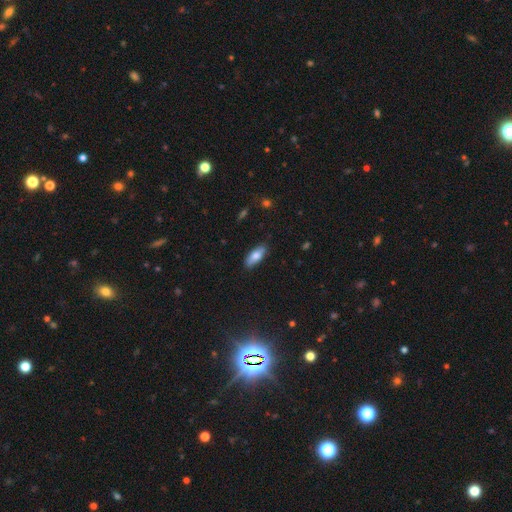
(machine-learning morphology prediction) This is likely a smooth galaxy (79%). How rounded: likely in between (73%). Merging: clearly none (85%).